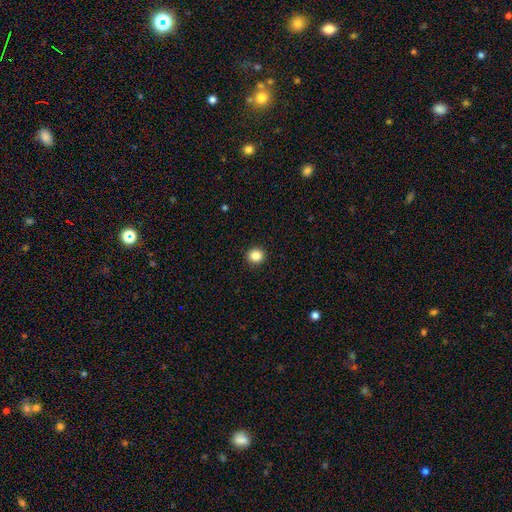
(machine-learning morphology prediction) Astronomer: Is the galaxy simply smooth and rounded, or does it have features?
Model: smooth — 87%.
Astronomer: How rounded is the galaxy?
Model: round — 90%.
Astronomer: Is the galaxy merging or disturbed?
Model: none — 93%.